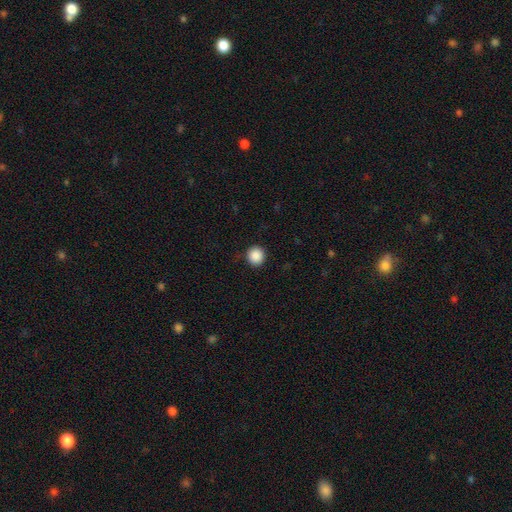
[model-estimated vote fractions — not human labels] Q: Smooth or featured?
A: smooth (89%); runner-up: star or artifact (9%)
Q: How rounded?
A: round (92%); runner-up: in between (7%)
Q: Merging?
A: none (91%); runner-up: minor disturbance (6%)